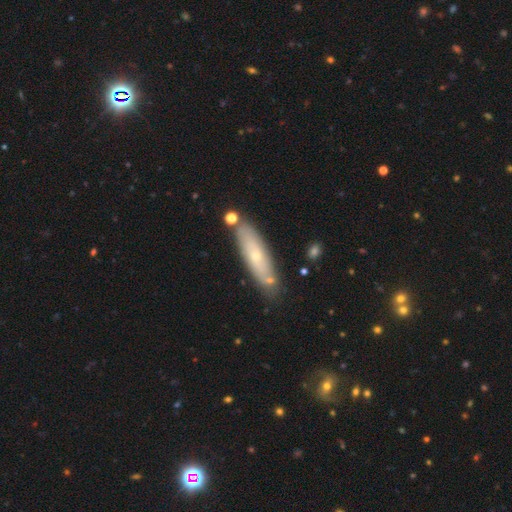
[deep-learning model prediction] Morphology: type=smooth (46%, tied with featured or disk); merging=none (78%).